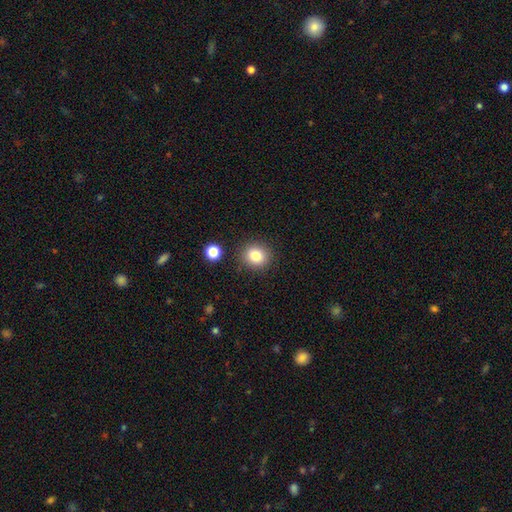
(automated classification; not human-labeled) Overall: smooth (82%). How rounded: round (83%). Merging: none (87%).